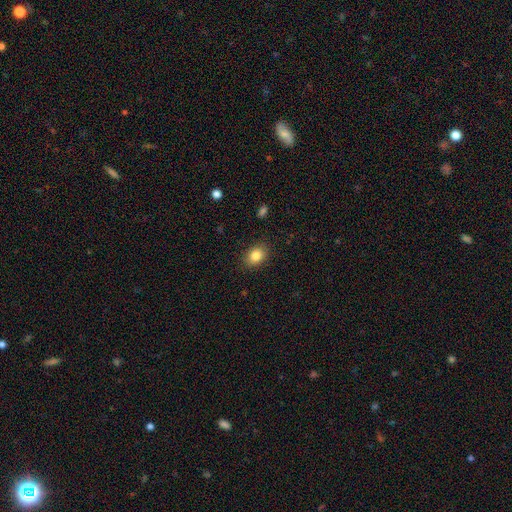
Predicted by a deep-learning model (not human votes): smooth_or_featured: smooth (p=0.84) [alt: star or artifact p=0.09]
how_rounded: in between (p=0.67) [alt: round p=0.32]
merging: none (p=0.88) [alt: minor disturbance p=0.09]